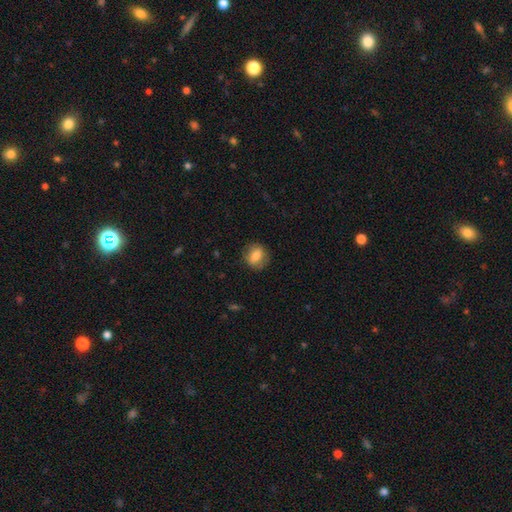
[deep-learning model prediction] Smooth or featured? Predicted: smooth (p=0.80). How rounded? Predicted: round (p=0.55). Merging? Predicted: none (p=0.80).